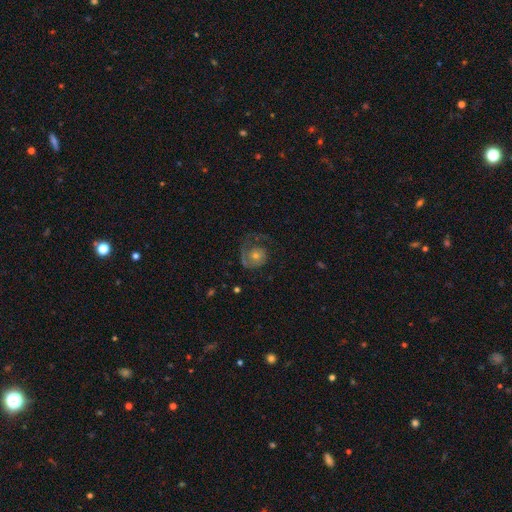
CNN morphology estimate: A featured or disk galaxy (66%) with no bar (83%), 1 (70%) tight (44%) spiral arms (82%) and a moderate central bulge (51%). Merging: none (47%).